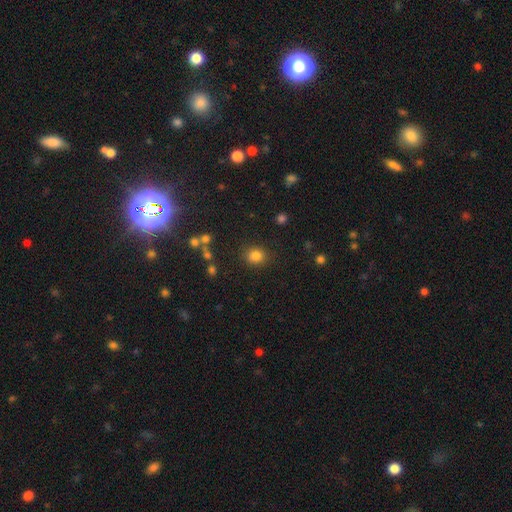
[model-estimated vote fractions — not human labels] Smooth or featured: smooth — 82% (star or artifact — 12%)
How rounded: round — 75% (in between — 24%)
Merging: none — 85% (minor disturbance — 9%)